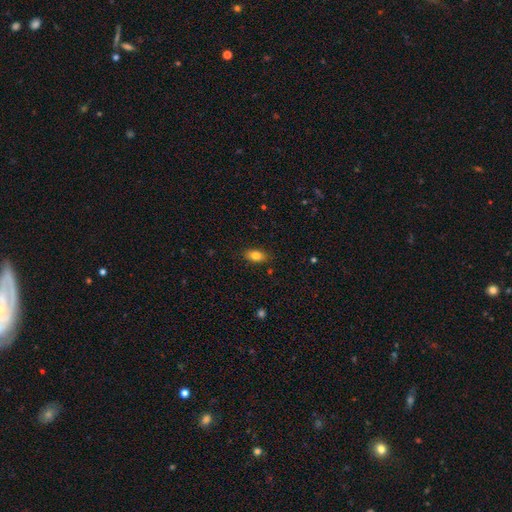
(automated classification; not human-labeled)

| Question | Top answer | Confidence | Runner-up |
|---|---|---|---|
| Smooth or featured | smooth | 83% | featured or disk (9%) |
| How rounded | in between | 88% | round (7%) |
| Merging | none | 86% | minor disturbance (10%) |